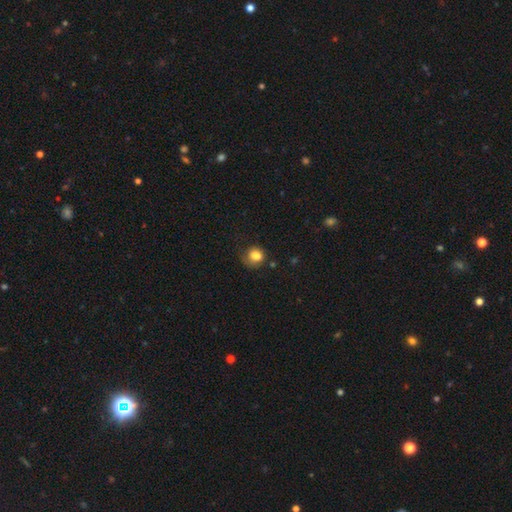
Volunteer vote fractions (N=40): A smooth galaxy with no disk features (78%) that is round (58%).

Vote fractions:
- Smooth or featured? smooth: 78% / featured or disk: 15% / star or artifact: 8%
- How rounded? round: 58% / in between: 42% / cigar-shaped: 0%
- Merging? none: 43% / major disturbance: 27% / minor disturbance: 22% / merger: 8%